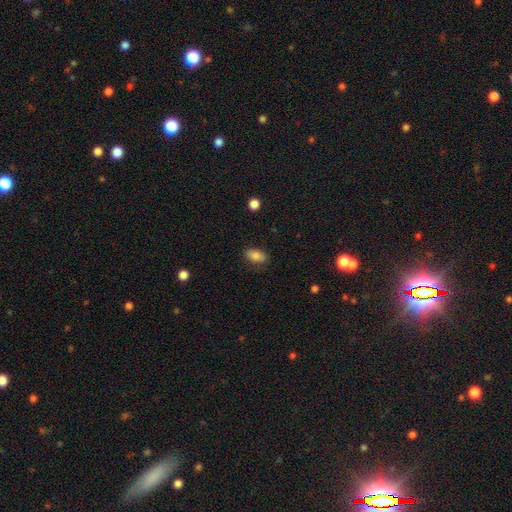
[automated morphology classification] Q: Smooth or featured?
A: smooth (81%); runner-up: featured or disk (11%)
Q: How rounded?
A: in between (90%); runner-up: round (7%)
Q: Merging?
A: none (81%); runner-up: minor disturbance (14%)